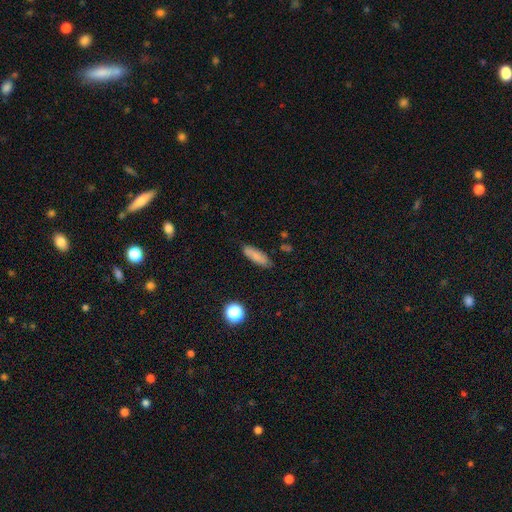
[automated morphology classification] type=smooth (82%); roundness=cigar-shaped (50%); merging=none (83%).